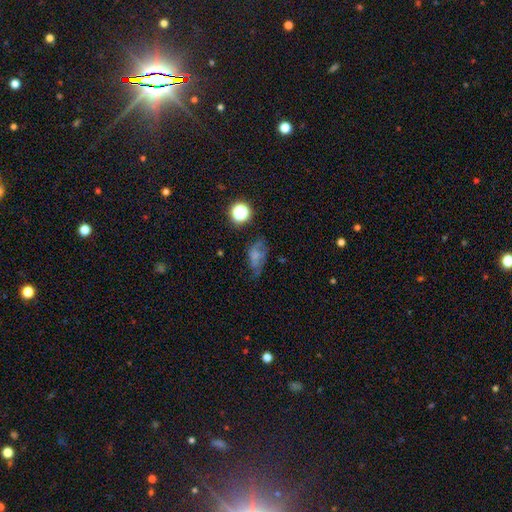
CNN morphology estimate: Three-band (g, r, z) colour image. It shows a smooth galaxy with no disk features (52%) that is in between round and cigar-shaped (80%). Merging: none (44%).